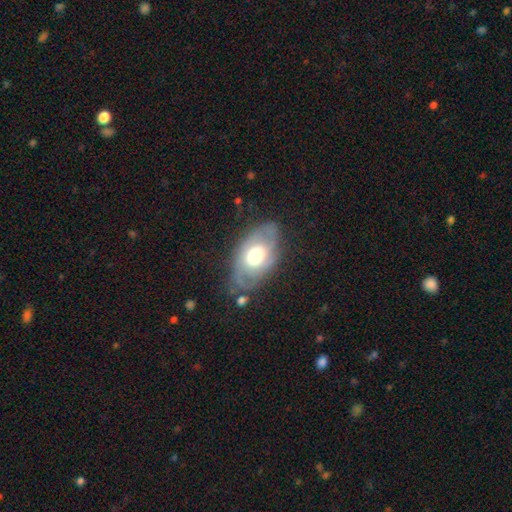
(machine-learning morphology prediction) This is possibly a featured or disk galaxy (58%). It is clearly not viewed edge-on (91%). Bar: likely no (71%). Spiral arm pattern: likely yes (69%). Central bulge: possibly moderate (54%). Merging: likely none (63%).